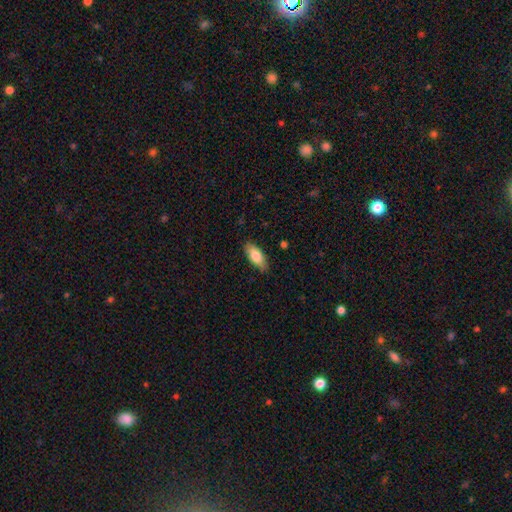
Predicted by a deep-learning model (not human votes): smooth 79%, featured or disk 15%, star or artifact 6%. Down the decision tree: how rounded — in between (80%); merging — none (84%).